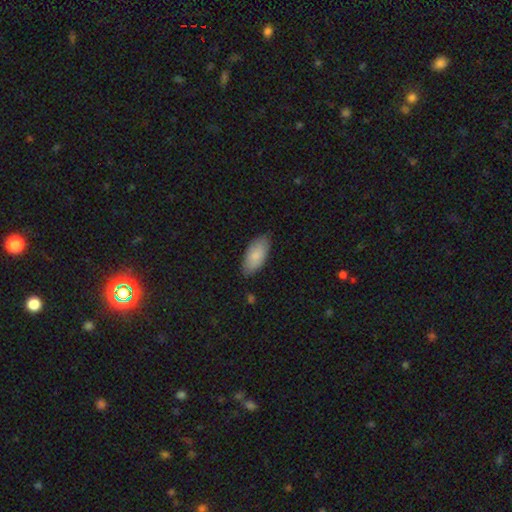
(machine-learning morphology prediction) Smooth or featured?
  - smooth: 85% *
  - featured or disk: 10%
  - star or artifact: 5%
How rounded?
  - in between: 92% *
  - cigar-shaped: 7%
  - round: 2%
Merging?
  - none: 80% *
  - minor disturbance: 16%
  - major disturbance: 3%
  - merger: 1%